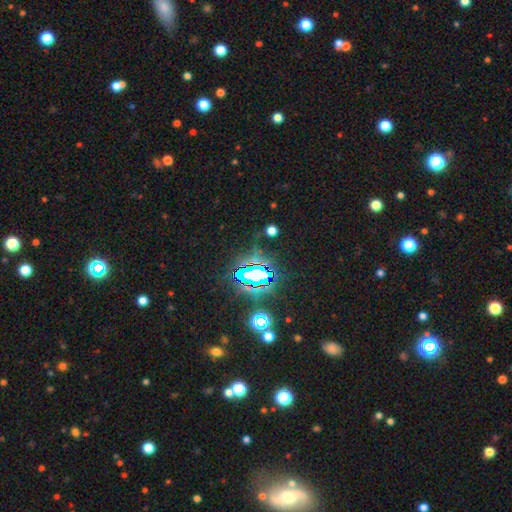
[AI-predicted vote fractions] A star or artifact, not a galaxy (81%).

Vote fractions:
- Smooth or featured? star or artifact: 81% / smooth: 12% / featured or disk: 7%